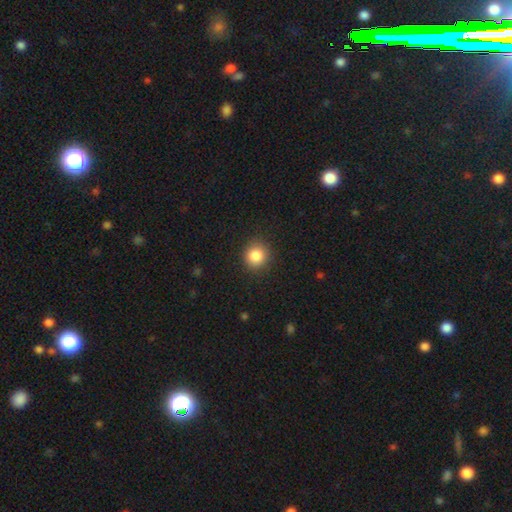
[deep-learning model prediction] Smooth or featured: smooth — 86% (star or artifact — 10%)
How rounded: round — 89% (in between — 10%)
Merging: none — 89% (minor disturbance — 7%)